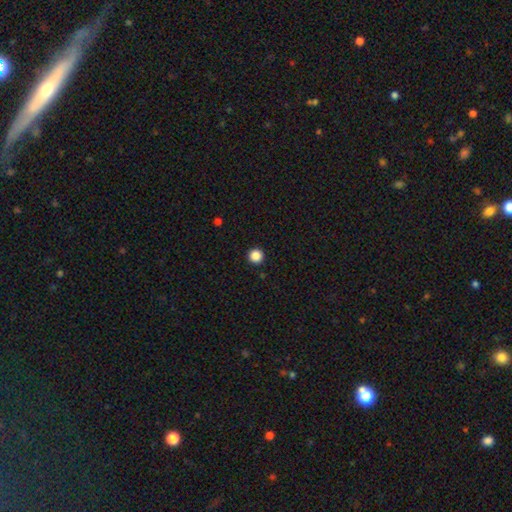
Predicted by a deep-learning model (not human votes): A smooth galaxy with no disk features (87%) that is round (97%).

Vote fractions:
- Smooth or featured? smooth: 87% / star or artifact: 11% / featured or disk: 3%
- How rounded? round: 97% / in between: 2% / cigar-shaped: 1%
- Merging? none: 94% / minor disturbance: 4% / major disturbance: 1% / merger: 1%